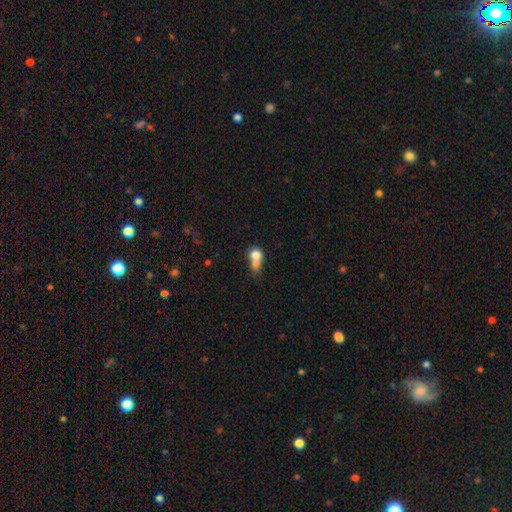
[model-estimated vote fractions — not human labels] smooth-or-featured: smooth: 73% | featured or disk: 17% | star or artifact: 10%
  how-rounded: round: 58% | in between: 39% | cigar-shaped: 3%
  merging: merger: 57% | none: 22% | minor disturbance: 12% | major disturbance: 10%